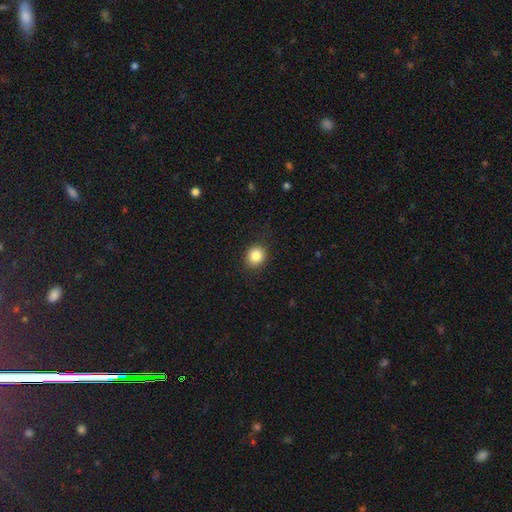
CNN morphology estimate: Smooth or featured? smooth (85%)
How rounded? round (78%)
Merging? none (88%)